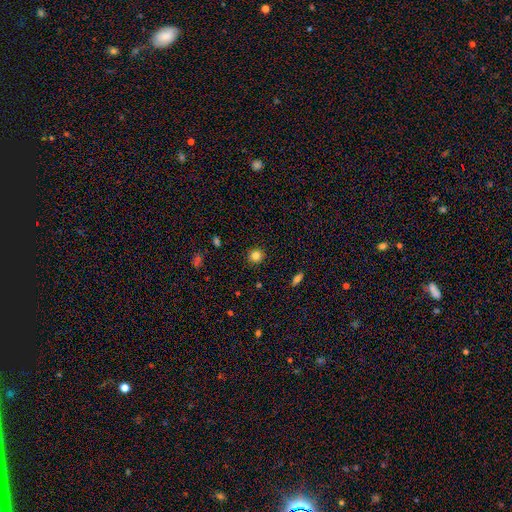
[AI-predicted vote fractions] Smooth or featured?
  - smooth: 83% *
  - star or artifact: 12%
  - featured or disk: 5%
How rounded?
  - round: 91% *
  - in between: 8%
  - cigar-shaped: 1%
Merging?
  - none: 91% *
  - minor disturbance: 6%
  - major disturbance: 2%
  - merger: 1%